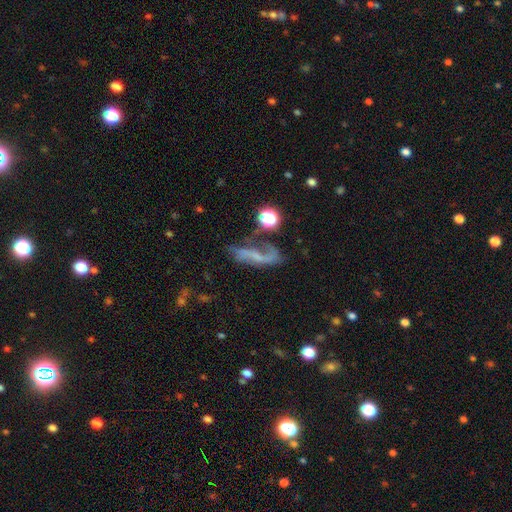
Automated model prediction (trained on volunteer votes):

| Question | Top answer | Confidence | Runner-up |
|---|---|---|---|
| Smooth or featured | featured or disk | 59% | smooth (26%) |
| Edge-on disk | no | 84% | yes (16%) |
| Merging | none | 42% | major disturbance (26%) |